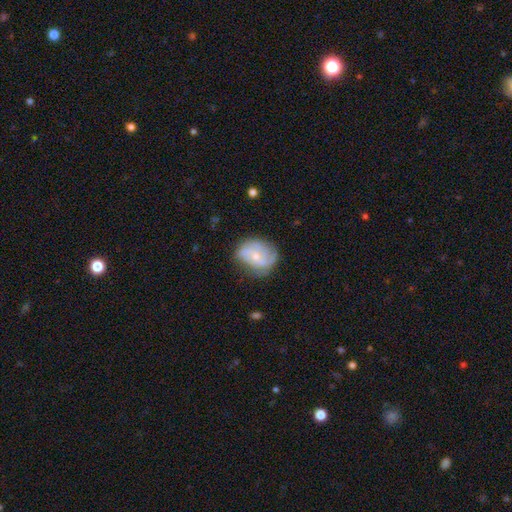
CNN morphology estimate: Overall: featured or disk (67%). Edge-on disk: no (97%). Bar: no (62%; weak 32%). Spiral arms: yes (86%). Spiral arm count: 2 (36%; can't tell 27%). Spiral winding: medium (42%; tight 32%). Bulge size: small (62%; moderate 33%). Merging: none (60%; minor disturbance 27%).